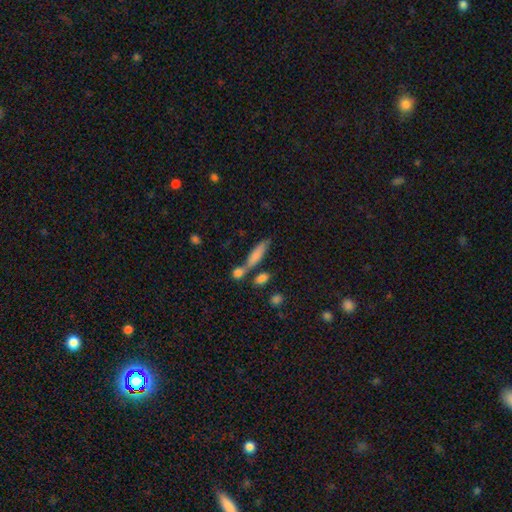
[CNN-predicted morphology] This appears to be a smooth galaxy with no disk features (74%) that is cigar-shaped (66%). Merging: none (52%).